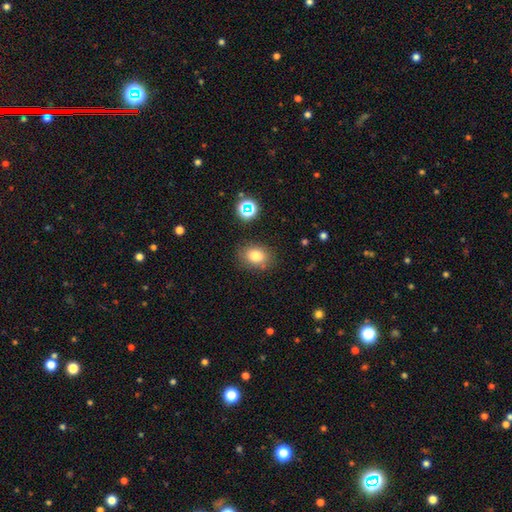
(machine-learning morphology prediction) The model was most divided on "how rounded": in between: 61%, round: 38%, cigar-shaped: 1%. More confident: merging — none (81%); smooth or featured — smooth (80%).